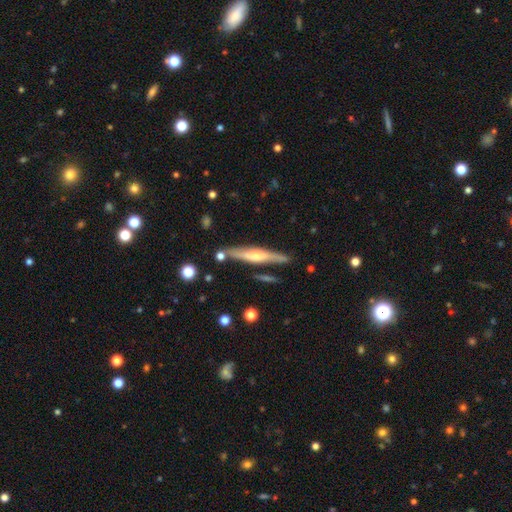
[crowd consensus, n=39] smooth-or-featured: featured or disk: 67% | smooth: 23% | star or artifact: 10%
  disk-edge-on: yes: 96% | no: 4%
    edge-on-bulge: rounded: 88% | none: 8% | boxy: 4%
  merging: none: 89% | minor disturbance: 9% | major disturbance: 3% | merger: 0%